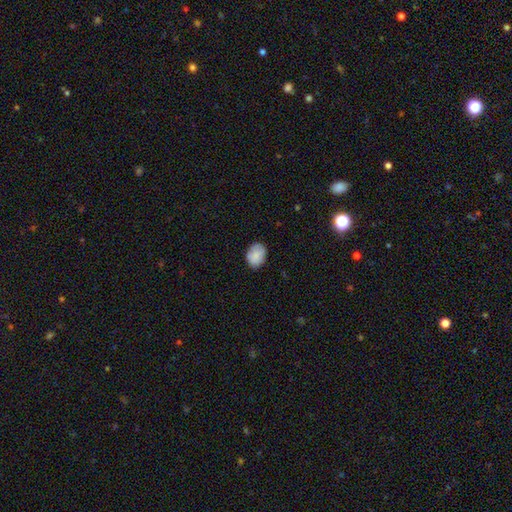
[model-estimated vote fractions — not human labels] Morphology: type=smooth (84%); roundness=in between (64%); merging=none (80%).